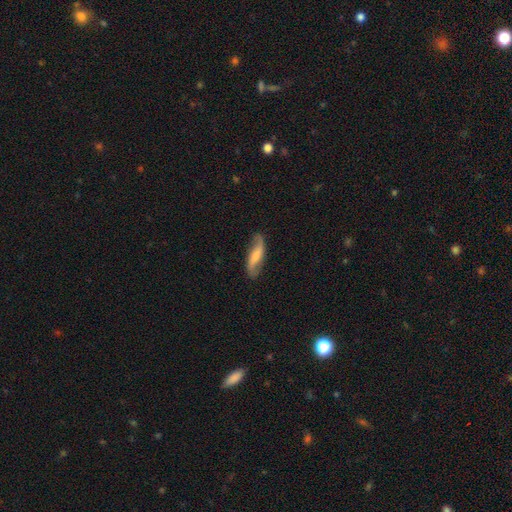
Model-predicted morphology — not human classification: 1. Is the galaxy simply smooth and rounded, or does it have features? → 69% featured or disk, 25% smooth, 6% star or artifact.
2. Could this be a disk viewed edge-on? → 86% no, 14% yes.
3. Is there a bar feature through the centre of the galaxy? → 41% weak, 34% no, 25% strong.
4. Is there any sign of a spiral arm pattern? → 94% yes, 6% no.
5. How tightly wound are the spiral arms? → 79% loose, 16% medium, 5% tight.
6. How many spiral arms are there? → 92% 2, 3% can't tell, 2% 1, 1% 3, 1% 4, 1% more than 4.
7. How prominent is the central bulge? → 31% moderate, 30% small, 26% none, 11% large, 2% dominant.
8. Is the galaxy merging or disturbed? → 80% none, 14% minor disturbance, 4% major disturbance, 2% merger.